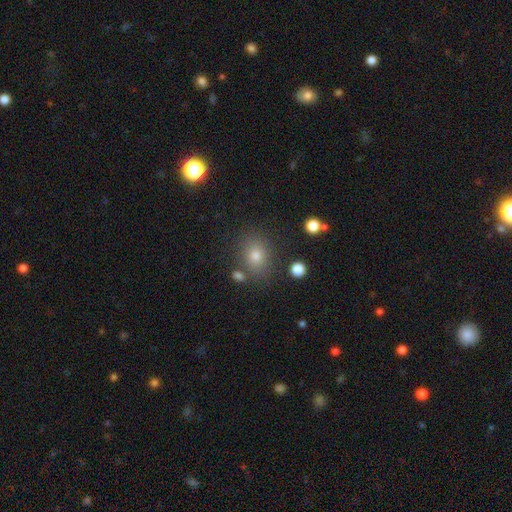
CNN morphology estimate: Smooth or featured? smooth (74%)
How rounded? round (53%)
Merging? none (79%)